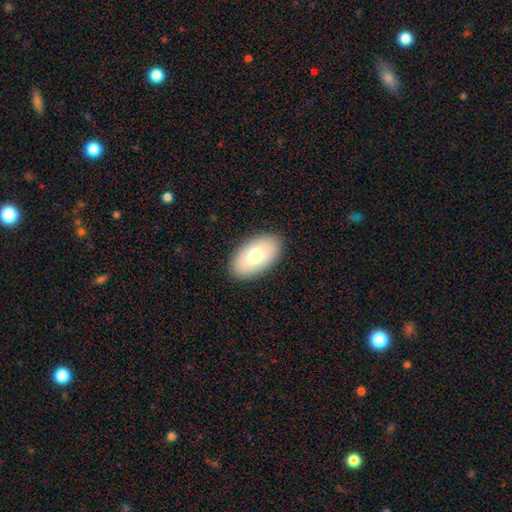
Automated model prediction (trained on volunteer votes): Q: Smooth or featured?
A: smooth (72%); runner-up: featured or disk (21%)
Q: How rounded?
A: in between (94%); runner-up: round (4%)
Q: Merging?
A: none (88%); runner-up: minor disturbance (8%)